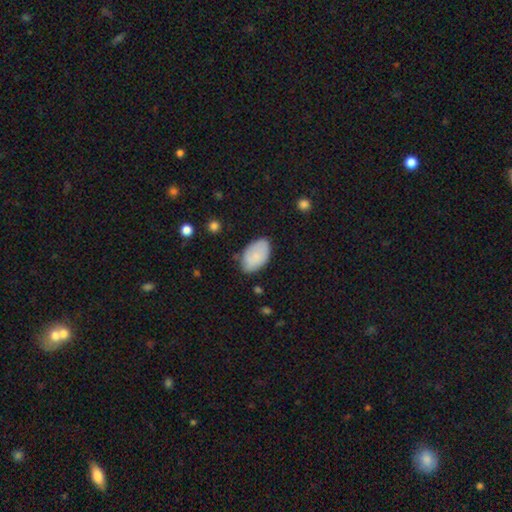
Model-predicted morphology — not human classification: smooth 81%, featured or disk 12%, star or artifact 7%. Down the decision tree: how rounded — in between (94%); merging — none (74%).